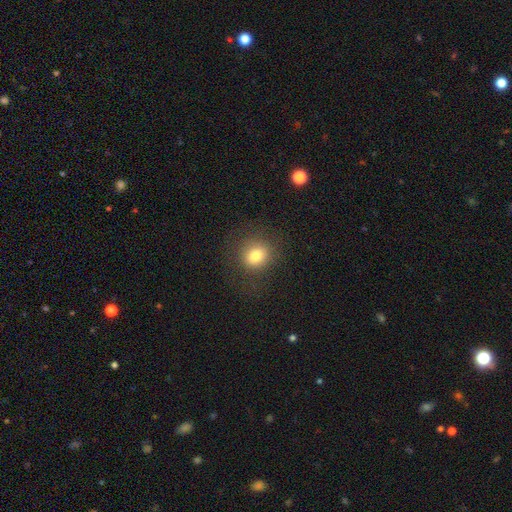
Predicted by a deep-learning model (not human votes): Smooth or featured: smooth — 79% (star or artifact — 13%)
How rounded: round — 79% (in between — 20%)
Merging: none — 85% (minor disturbance — 9%)